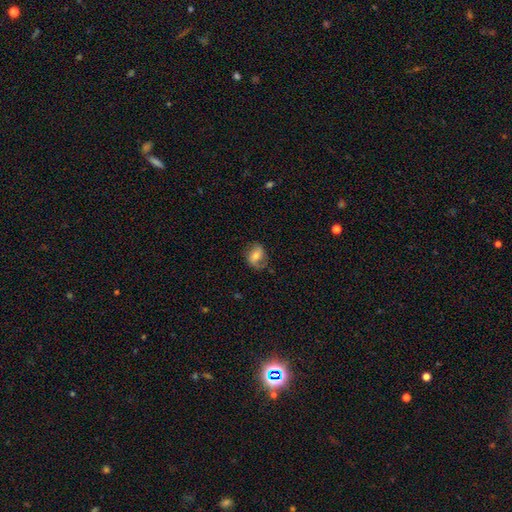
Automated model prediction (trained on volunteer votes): Overall: smooth (52%; featured or disk 39%). How rounded: in between (60%; round 38%). Merging: none (66%).